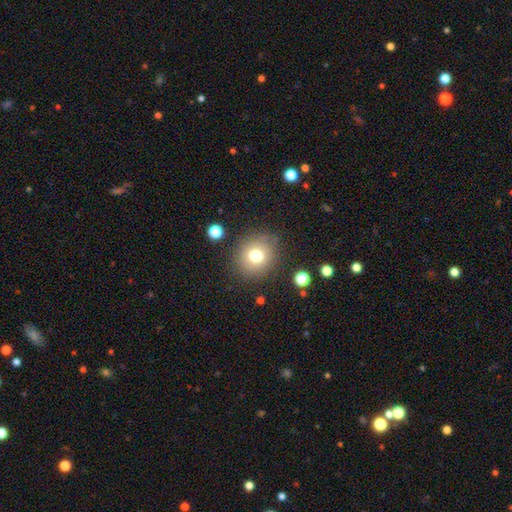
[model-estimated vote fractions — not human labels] Smooth or featured? Predicted: smooth (p=0.75). How rounded? Predicted: round (p=0.83). Merging? Predicted: none (p=0.84).